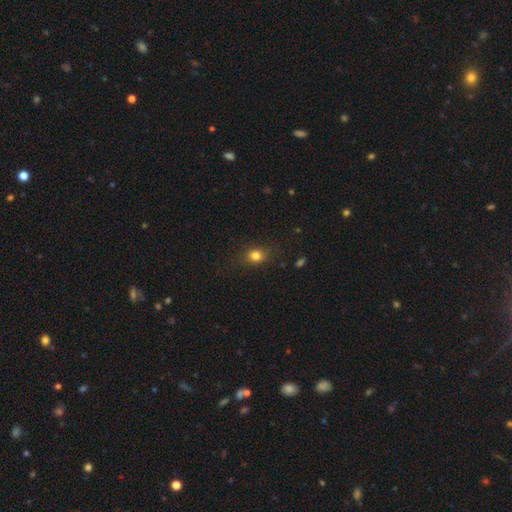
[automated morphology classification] A smooth galaxy with no disk features (80%) that is round (54%).

Vote fractions:
- Smooth or featured? smooth: 80% / star or artifact: 13% / featured or disk: 8%
- How rounded? round: 54% / in between: 44% / cigar-shaped: 2%
- Merging? none: 83% / minor disturbance: 12% / major disturbance: 4% / merger: 1%